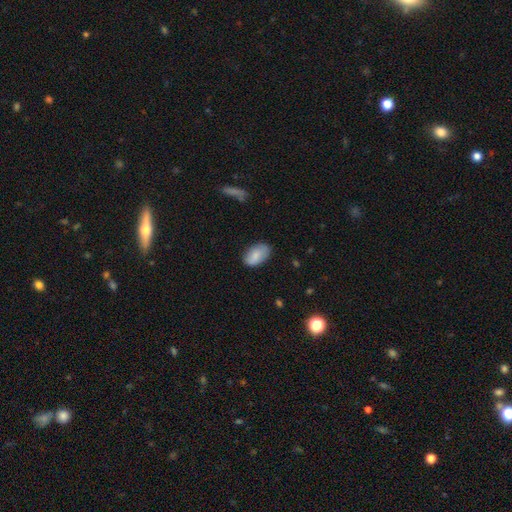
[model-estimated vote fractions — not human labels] smooth_or_featured: smooth (p=0.82) [alt: featured or disk p=0.11]
how_rounded: in between (p=0.93) [alt: round p=0.06]
merging: none (p=0.77) [alt: minor disturbance p=0.19]